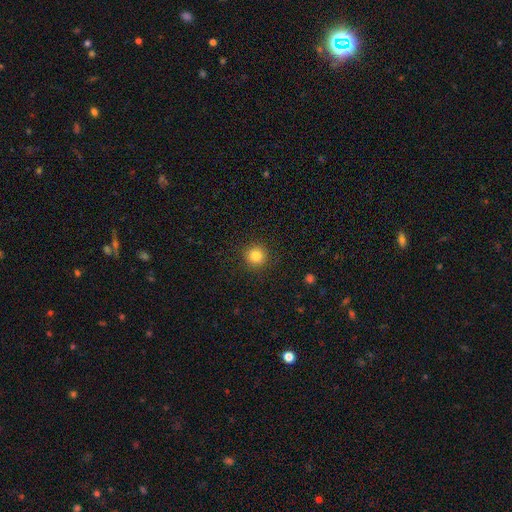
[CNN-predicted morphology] Overall: smooth (84%). How rounded: round (94%). Merging: none (91%).